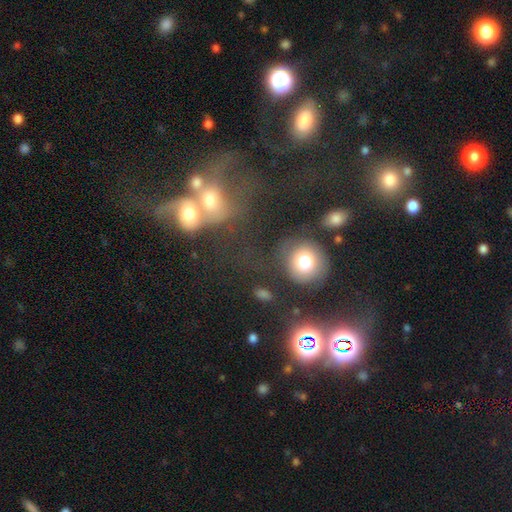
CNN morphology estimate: smooth_or_featured: star or artifact (p=0.39) [tied with: smooth p=0.39]